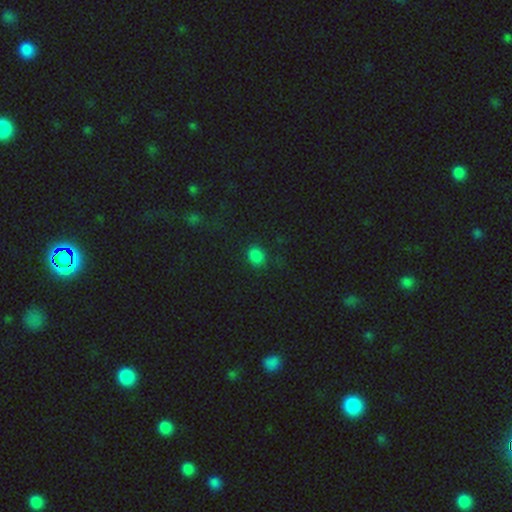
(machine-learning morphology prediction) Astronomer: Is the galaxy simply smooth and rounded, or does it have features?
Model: smooth — 80%.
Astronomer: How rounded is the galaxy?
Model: round — 51% (runner-up: in between, 48%).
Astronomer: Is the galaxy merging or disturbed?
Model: none — 83%.